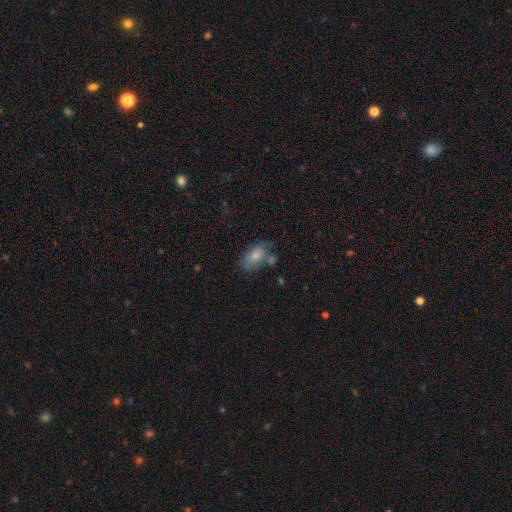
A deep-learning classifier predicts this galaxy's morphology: Overall: smooth (76%). How rounded: in between (91%). Merging: none (53%; minor disturbance 23%).